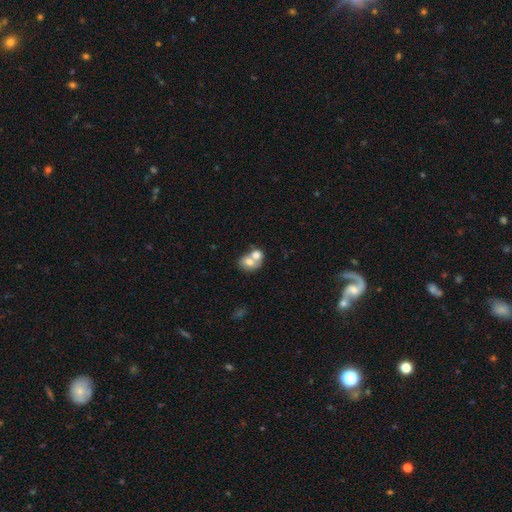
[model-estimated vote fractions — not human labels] This is likely a smooth galaxy (68%). How rounded: possibly round (51%). Merging: likely merger (69%).